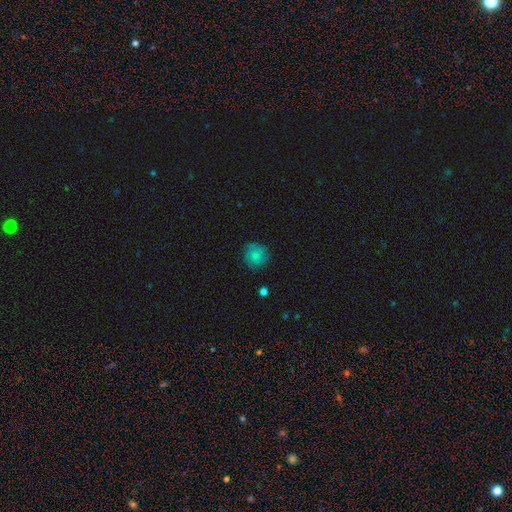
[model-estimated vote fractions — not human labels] Overall: smooth (73%). How rounded: round (91%). Merging: none (79%).